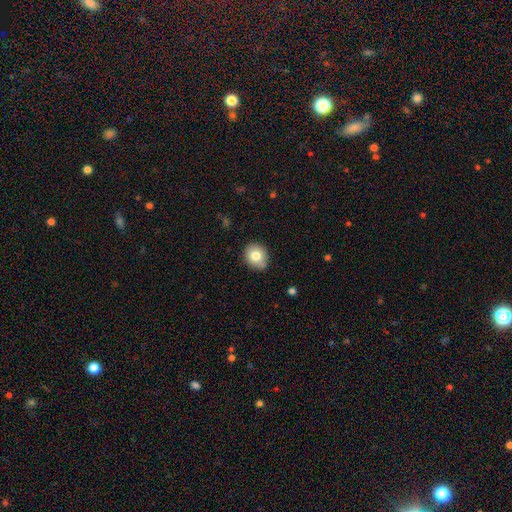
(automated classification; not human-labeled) Smooth or featured? Predicted: smooth (p=0.79). How rounded? Predicted: round (p=0.66). Merging? Predicted: none (p=0.80).